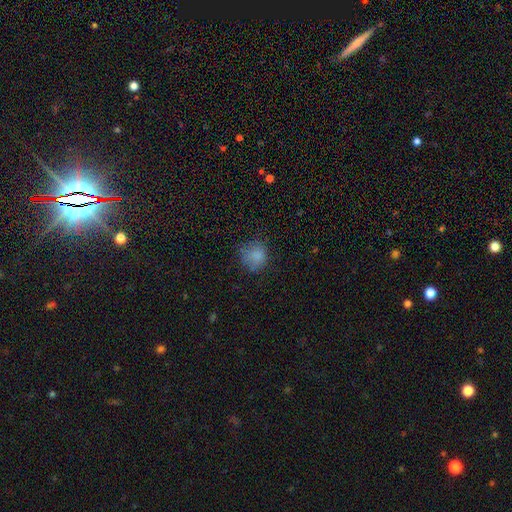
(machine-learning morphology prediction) This appears to be a smooth galaxy with no disk features (80%) that is round (83%). Merging: none (68%).